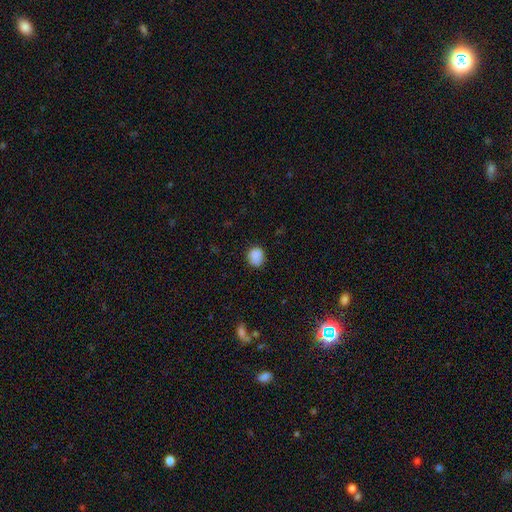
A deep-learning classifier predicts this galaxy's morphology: Q: Smooth or featured?
A: smooth (87%); runner-up: star or artifact (9%)
Q: How rounded?
A: round (65%); runner-up: in between (34%)
Q: Merging?
A: none (77%); runner-up: minor disturbance (18%)